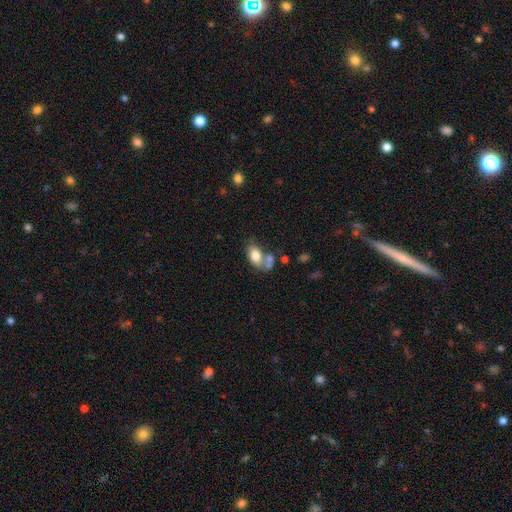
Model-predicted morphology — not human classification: A smooth galaxy with no disk features (76%) that is in between round and cigar-shaped (88%).

Vote fractions:
- Smooth or featured? smooth: 76% / featured or disk: 17% / star or artifact: 8%
- How rounded? in between: 88% / round: 9% / cigar-shaped: 2%
- Merging? merger: 38% / none: 36% / minor disturbance: 16% / major disturbance: 9%